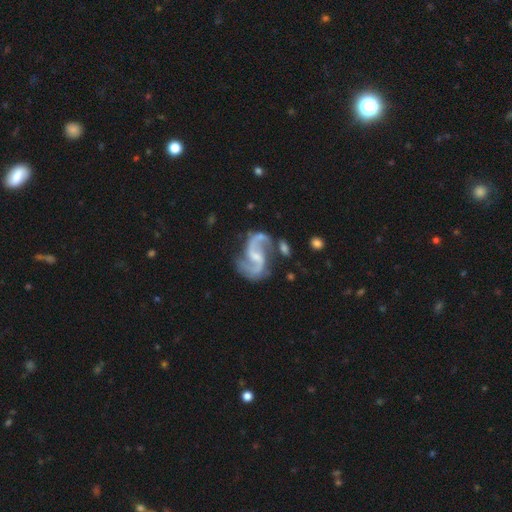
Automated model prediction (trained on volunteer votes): Smooth or featured: featured or disk — 92% (star or artifact — 4%)
Edge-on disk: no — 98% (yes — 2%)
Bar: weak — 51% (no — 28%)
Spiral arms: yes — 98% (no — 2%)
Spiral winding: loose — 49% (medium — 44%)
Spiral arm count: 2 — 94% (can't tell — 2%)
Bulge size: small — 51% (moderate — 24%)
Merging: none — 64% (minor disturbance — 19%)